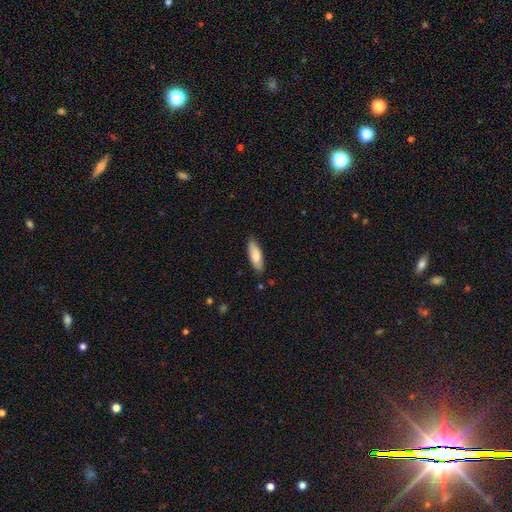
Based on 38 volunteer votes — Smooth or featured?
  - smooth: 84% *
  - featured or disk: 13%
  - star or artifact: 3%
How rounded?
  - in between: 62% *
  - cigar-shaped: 38%
  - round: 0%
Merging?
  - none: 86% *
  - minor disturbance: 14%
  - major disturbance: 0%
  - merger: 0%